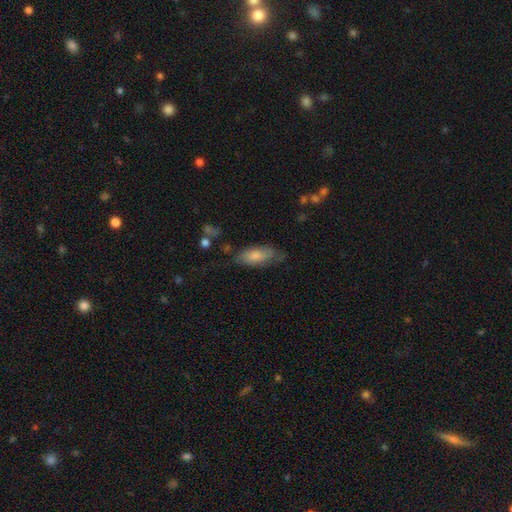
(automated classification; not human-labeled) A smooth galaxy with no disk features (73%) that is in between round and cigar-shaped (73%).

Vote fractions:
- Smooth or featured? smooth: 73% / featured or disk: 21% / star or artifact: 6%
- How rounded? in between: 73% / cigar-shaped: 24% / round: 2%
- Merging? none: 58% / minor disturbance: 29% / major disturbance: 11% / merger: 3%